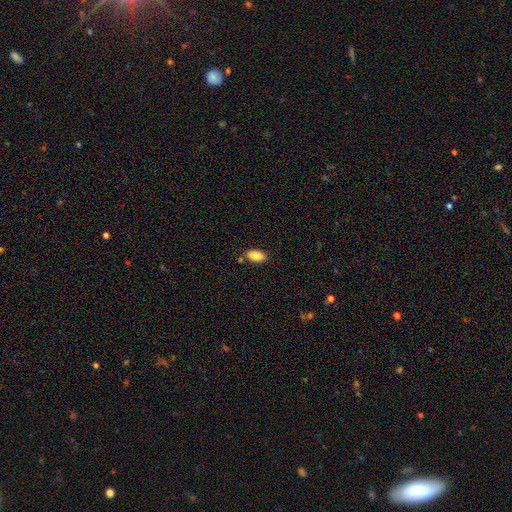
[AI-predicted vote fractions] The model was most divided on "merging": none: 81%, minor disturbance: 12%, merger: 5%, major disturbance: 3%. More confident: how rounded — in between (93%); smooth or featured — smooth (87%).